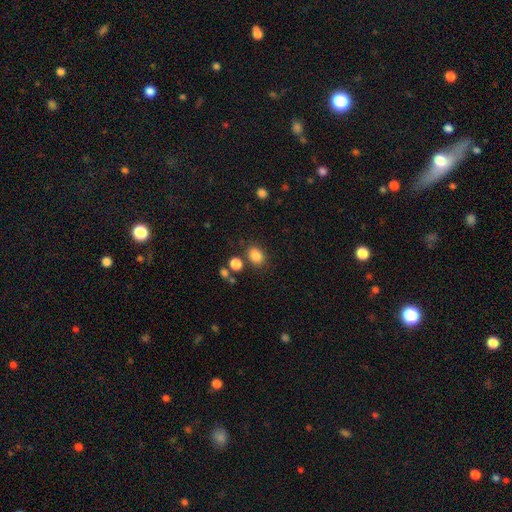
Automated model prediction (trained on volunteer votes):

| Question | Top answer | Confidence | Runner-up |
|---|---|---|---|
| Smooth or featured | smooth | 84% | star or artifact (11%) |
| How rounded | in between | 58% | round (41%) |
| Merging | none | 77% | minor disturbance (12%) |